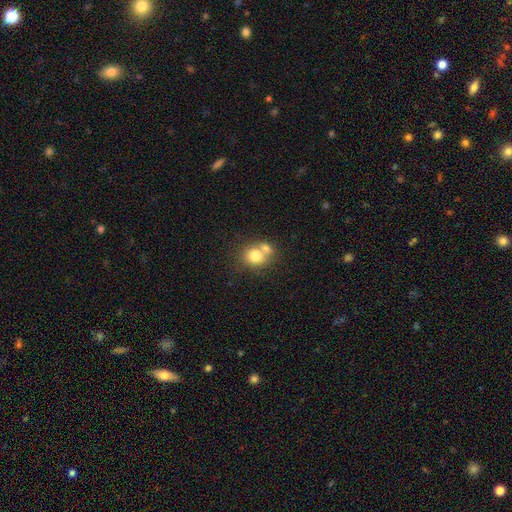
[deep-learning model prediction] smooth-or-featured: smooth: 75% | featured or disk: 15% | star or artifact: 10%
  how-rounded: round: 68% | in between: 31% | cigar-shaped: 1%
  merging: merger: 52% | none: 36% | minor disturbance: 9% | major disturbance: 3%